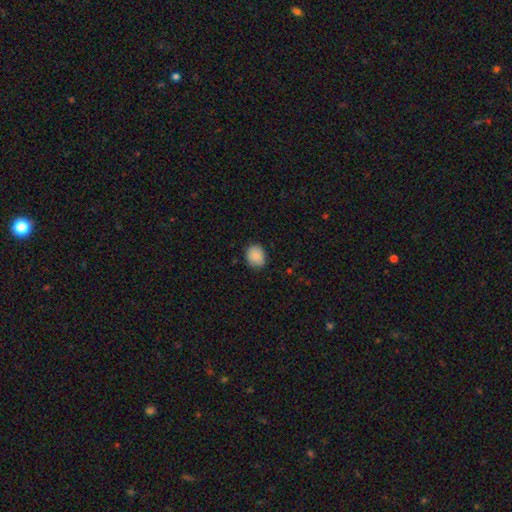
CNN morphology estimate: smooth-or-featured: smooth: 88% | star or artifact: 8% | featured or disk: 5%
  how-rounded: round: 54% | in between: 45% | cigar-shaped: 1%
  merging: none: 84% | minor disturbance: 13% | major disturbance: 2% | merger: 1%